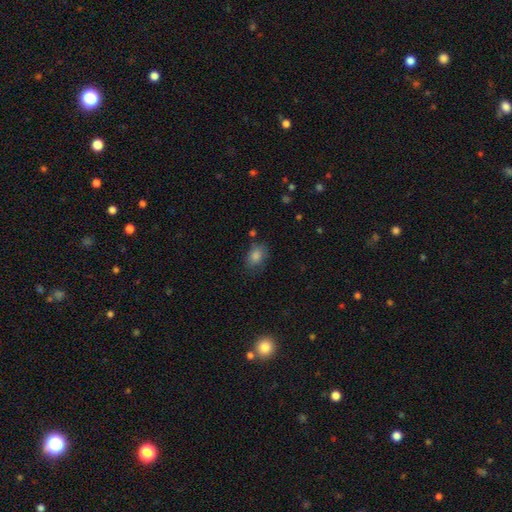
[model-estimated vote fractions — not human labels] smooth_or_featured: smooth (p=0.80) [alt: star or artifact p=0.12]
how_rounded: in between (p=0.76) [alt: round p=0.22]
merging: none (p=0.74) [alt: minor disturbance p=0.18]